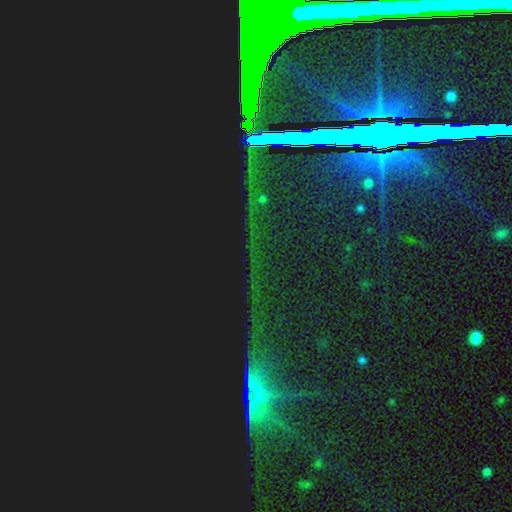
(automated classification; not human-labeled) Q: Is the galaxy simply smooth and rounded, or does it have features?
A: star or artifact — 85%.